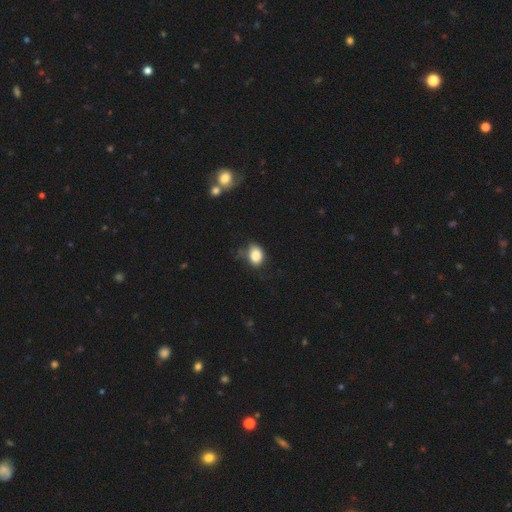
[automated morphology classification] Smooth or featured: smooth — 84% (star or artifact — 9%)
How rounded: in between — 68% (round — 31%)
Merging: none — 61% (minor disturbance — 28%)